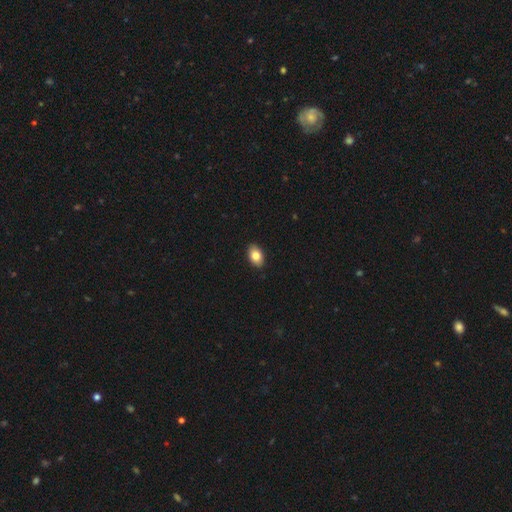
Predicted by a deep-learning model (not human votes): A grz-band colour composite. It shows a smooth galaxy with no disk features (84%) that is in between round and cigar-shaped (89%). Merging: none (90%).